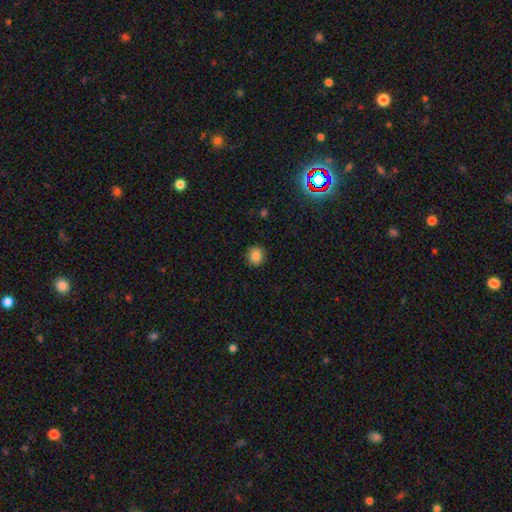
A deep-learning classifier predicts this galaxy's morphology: Smooth or featured? smooth (85%)
How rounded? round (85%)
Merging? none (90%)